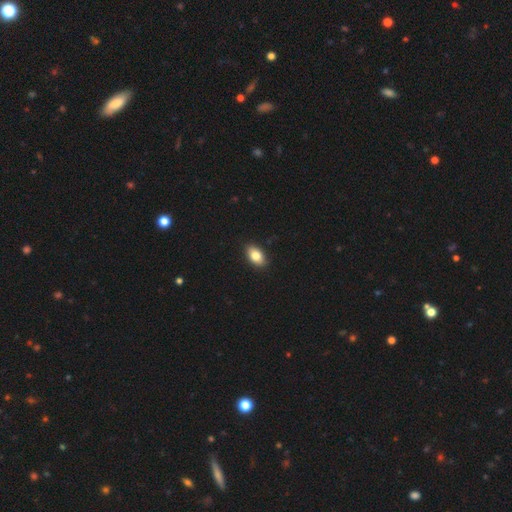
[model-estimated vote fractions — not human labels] Overall: smooth (82%). How rounded: in between (90%). Merging: none (89%).